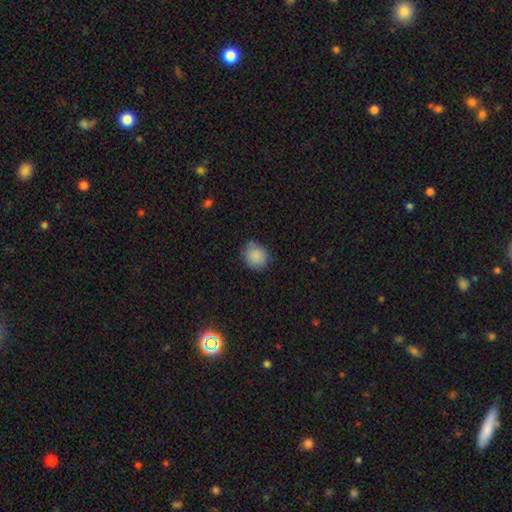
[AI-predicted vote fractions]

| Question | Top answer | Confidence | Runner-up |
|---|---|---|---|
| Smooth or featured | smooth | 87% | star or artifact (8%) |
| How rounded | round | 73% | in between (26%) |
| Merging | none | 77% | minor disturbance (19%) |